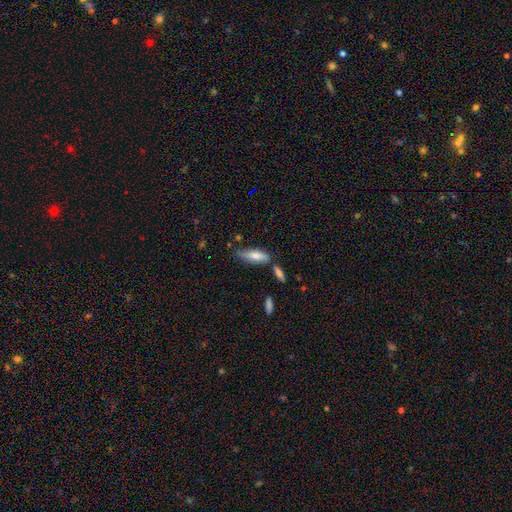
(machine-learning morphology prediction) Smooth or featured? smooth (76%)
How rounded? in between (55%)
Merging? none (58%)